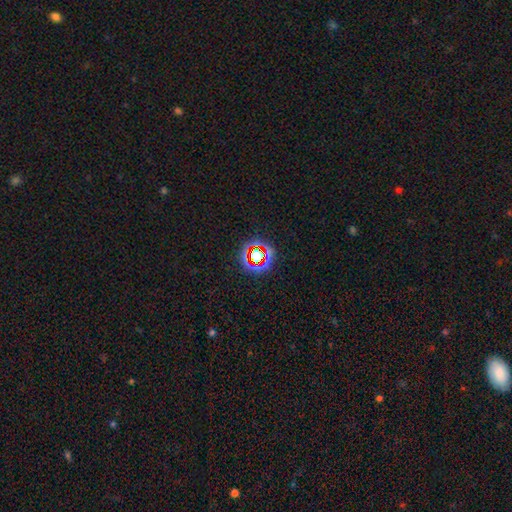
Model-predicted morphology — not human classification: This is likely a star or artifact rather than a galaxy (67%).